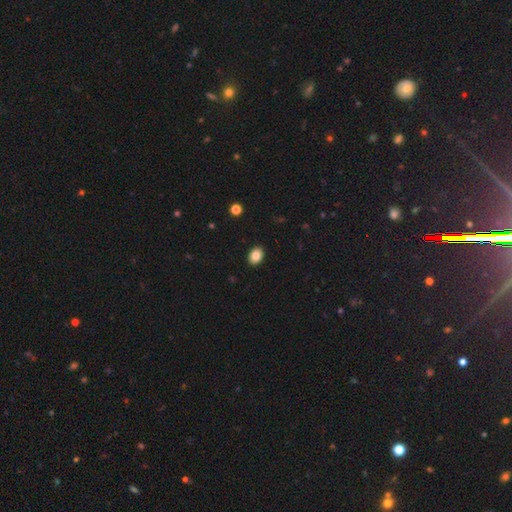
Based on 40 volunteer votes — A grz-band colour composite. It shows a smooth galaxy with no disk features (92%) that is in between round and cigar-shaped (81%). Merging: none (98%).